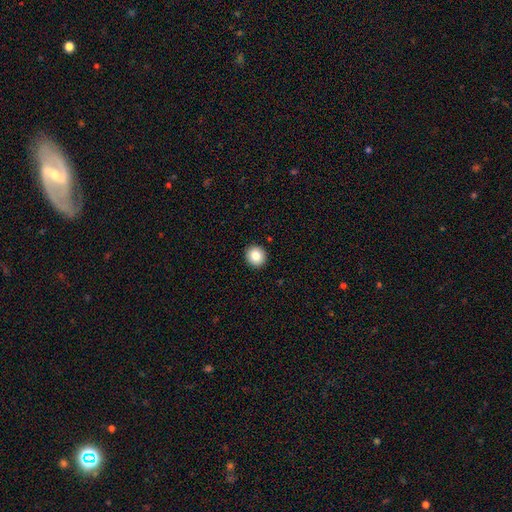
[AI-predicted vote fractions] Smooth or featured? Predicted: smooth (p=0.85). How rounded? Predicted: round (p=0.91). Merging? Predicted: none (p=0.93).